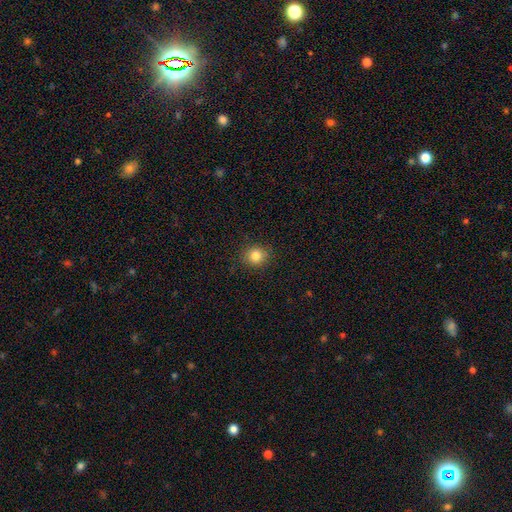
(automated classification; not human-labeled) Q: Smooth or featured?
A: smooth (82%); runner-up: star or artifact (12%)
Q: How rounded?
A: round (87%); runner-up: in between (12%)
Q: Merging?
A: none (90%); runner-up: minor disturbance (7%)